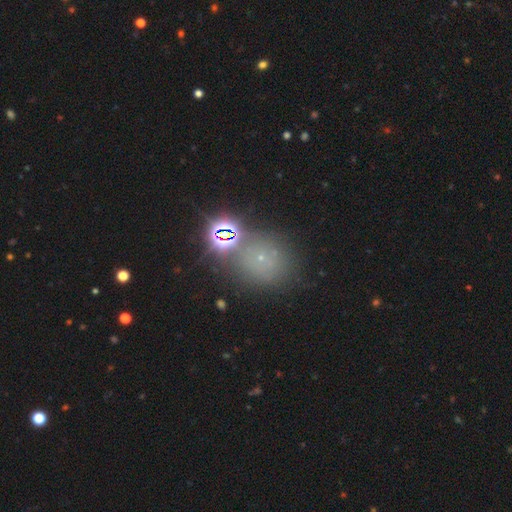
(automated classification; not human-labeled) This appears to be a star or artifact, not a galaxy (50%).